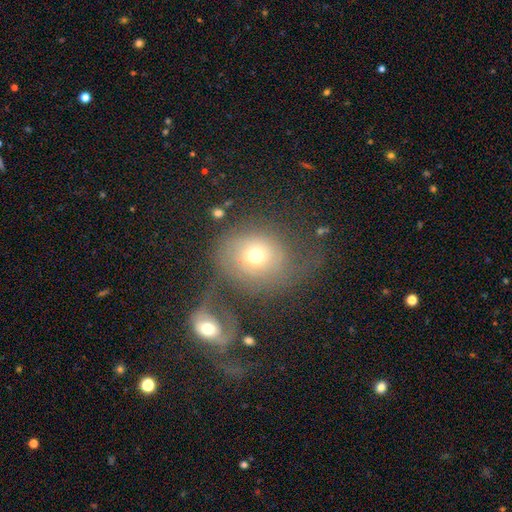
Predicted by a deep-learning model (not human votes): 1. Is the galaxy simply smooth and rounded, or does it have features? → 46% smooth, 44% featured or disk, 10% star or artifact.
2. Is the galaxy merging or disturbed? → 43% merger, 29% none, 16% major disturbance, 12% minor disturbance.